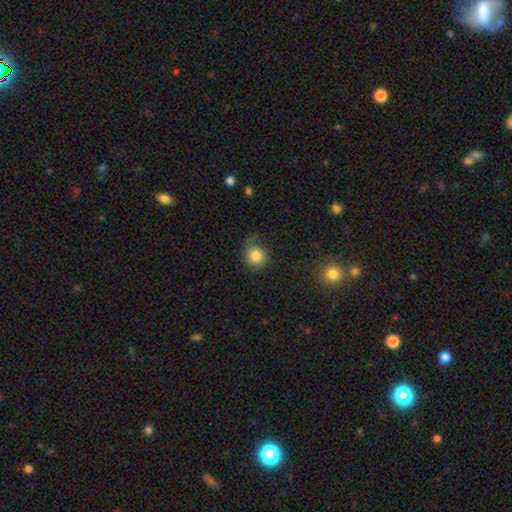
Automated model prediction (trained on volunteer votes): The model was most divided on "merging": none: 69%, minor disturbance: 22%, major disturbance: 6%, merger: 2%. More confident: how rounded — round (85%); smooth or featured — smooth (82%).